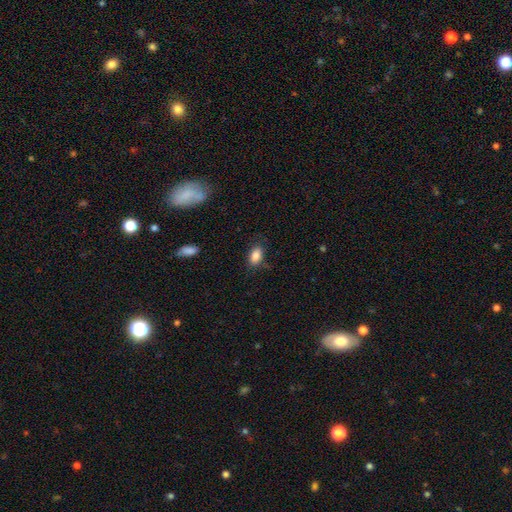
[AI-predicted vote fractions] This appears to be a smooth galaxy with no disk features (86%) that is in between round and cigar-shaped (89%). Merging: none (80%).